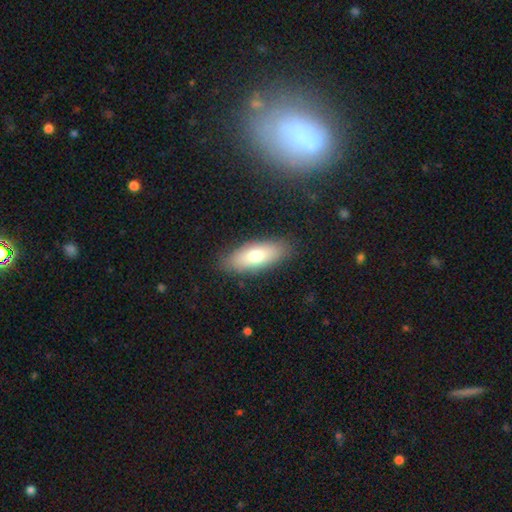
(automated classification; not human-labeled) Morphology: type=smooth (74%); roundness=in between (76%); merging=none (86%).